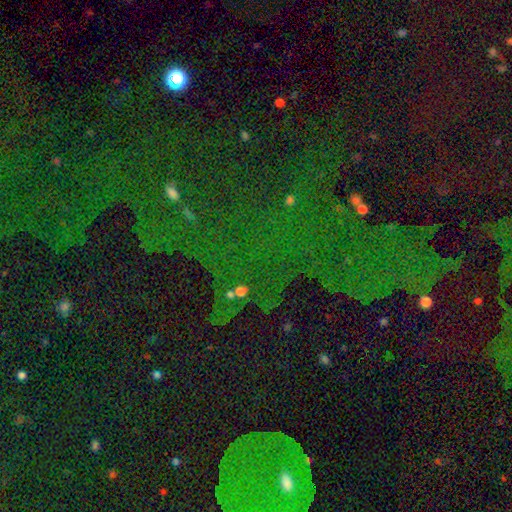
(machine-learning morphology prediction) This appears to be a star or artifact, not a galaxy (76%).